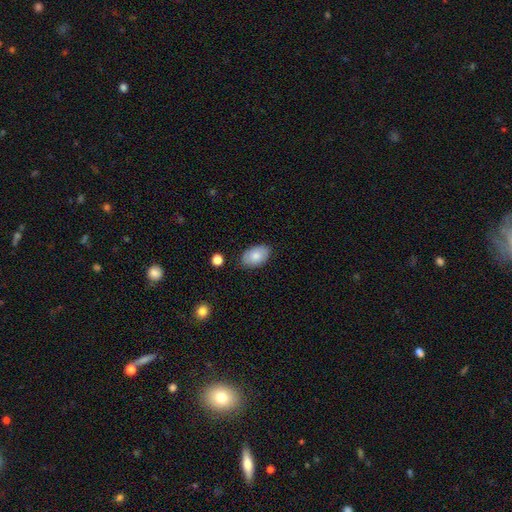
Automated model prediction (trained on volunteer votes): This is likely a smooth galaxy (78%). How rounded: clearly in between (91%). Merging: clearly none (81%).